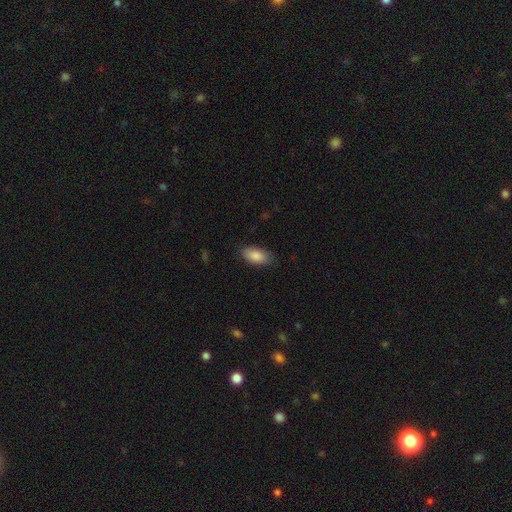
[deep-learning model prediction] This appears to be a smooth galaxy with no disk features (87%) that is in between round and cigar-shaped (92%). Merging: none (83%).